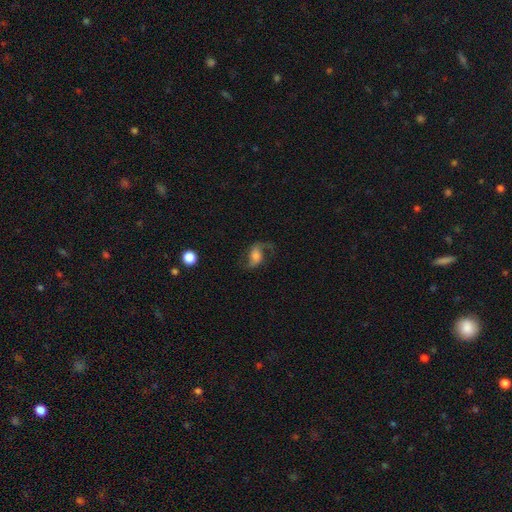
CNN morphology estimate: Smooth or featured: featured or disk — 67% (smooth — 23%)
Edge-on disk: no — 96% (yes — 4%)
Bar: no — 50% (weak — 36%)
Spiral arms: yes — 93% (no — 7%)
Spiral winding: loose — 71% (medium — 24%)
Spiral arm count: 2 — 86% (1 — 8%)
Bulge size: moderate — 39% (small — 24%)
Merging: none — 63% (minor disturbance — 18%)